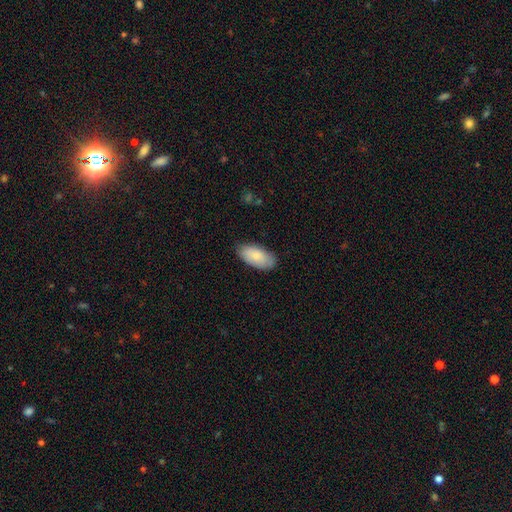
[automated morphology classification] smooth 82%, featured or disk 12%, star or artifact 6%. Down the decision tree: how rounded — in between (94%); merging — none (82%).